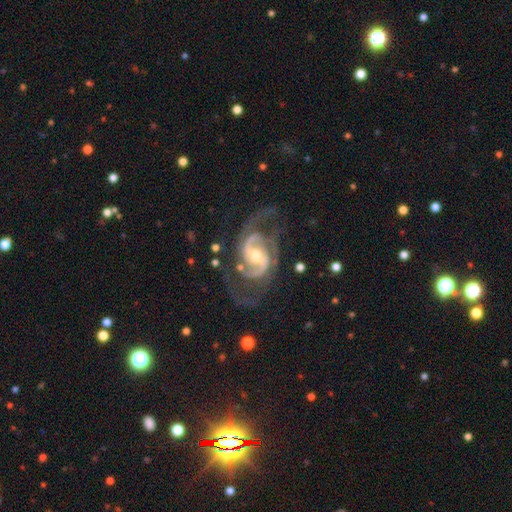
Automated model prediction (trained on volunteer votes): Smooth or featured? Predicted: featured or disk (p=0.93). Edge-on disk? Predicted: no (p=0.98). Bar? Predicted: weak (p=0.46). Spiral arms? Predicted: yes (p=0.98). Spiral winding? Predicted: medium (p=0.57). Spiral arm count? Predicted: 2 (p=0.78). Bulge size? Predicted: moderate (p=0.60). Merging? Predicted: none (p=0.65).